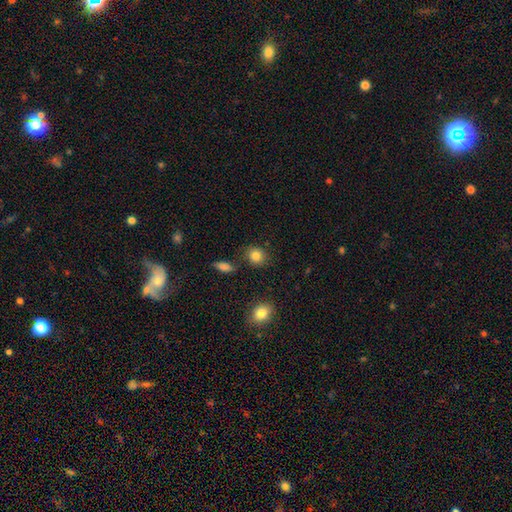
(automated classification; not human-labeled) The model was most divided on "how rounded": round: 79%, in between: 19%, cigar-shaped: 1%. More confident: smooth or featured — smooth (84%); merging — none (81%).